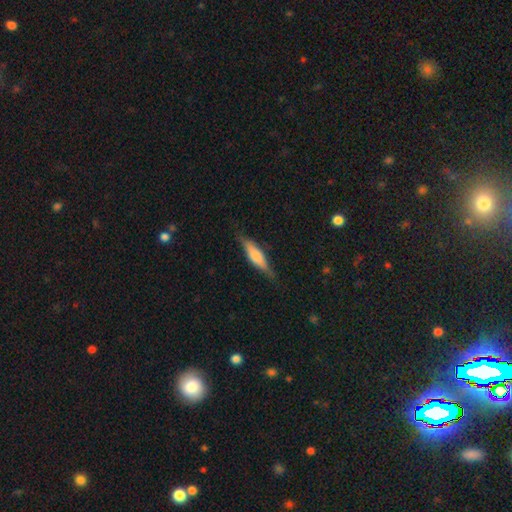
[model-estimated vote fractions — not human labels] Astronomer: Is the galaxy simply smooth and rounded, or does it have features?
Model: smooth — 56% (runner-up: featured or disk, 37%).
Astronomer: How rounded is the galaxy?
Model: cigar-shaped — 64%.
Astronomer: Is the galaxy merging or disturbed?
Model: none — 79%.